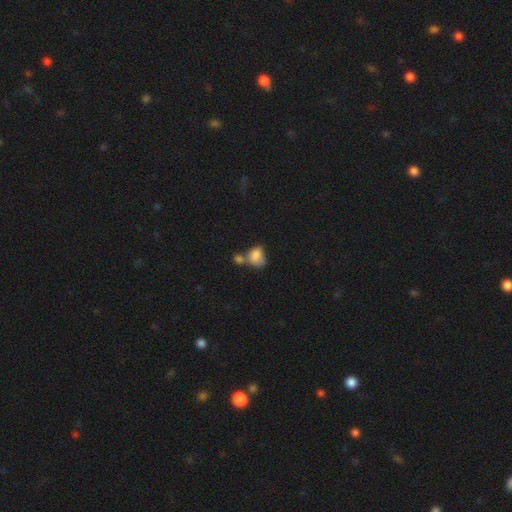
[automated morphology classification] A smooth galaxy with no disk features (81%) that is in between round and cigar-shaped (62%). Merging: merger (50%).